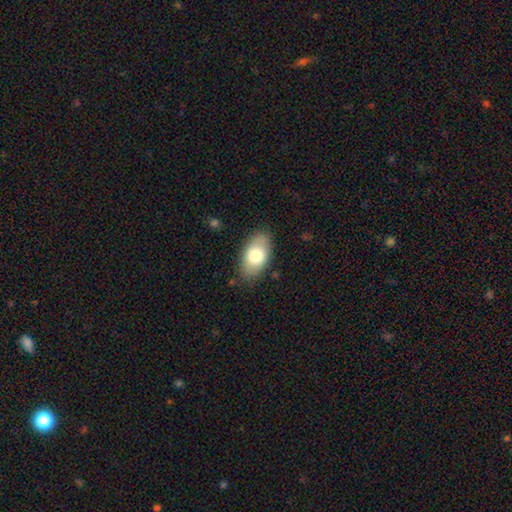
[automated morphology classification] This is likely a smooth galaxy (77%). How rounded: clearly in between (93%). Merging: clearly none (82%).